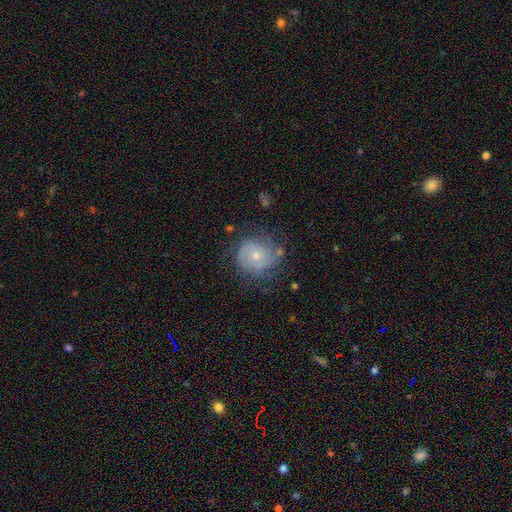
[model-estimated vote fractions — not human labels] Q: Smooth or featured?
A: featured or disk (72%); runner-up: smooth (20%)
Q: Edge-on disk?
A: no (98%); runner-up: yes (2%)
Q: Bar?
A: no (79%); runner-up: weak (19%)
Q: Spiral arms?
A: yes (90%); runner-up: no (10%)
Q: Spiral winding?
A: tight (60%); runner-up: medium (30%)
Q: Spiral arm count?
A: can't tell (34%); runner-up: 2 (25%)
Q: Bulge size?
A: small (62%); runner-up: moderate (34%)
Q: Merging?
A: none (65%); runner-up: minor disturbance (22%)